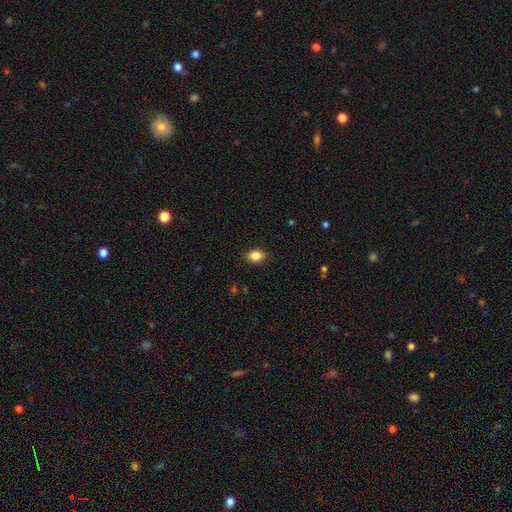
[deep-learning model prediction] A smooth galaxy with no disk features (86%) that is in between round and cigar-shaped (75%).

Vote fractions:
- Smooth or featured? smooth: 86% / star or artifact: 9% / featured or disk: 5%
- How rounded? in between: 75% / round: 23% / cigar-shaped: 1%
- Merging? none: 88% / minor disturbance: 9% / major disturbance: 2% / merger: 1%